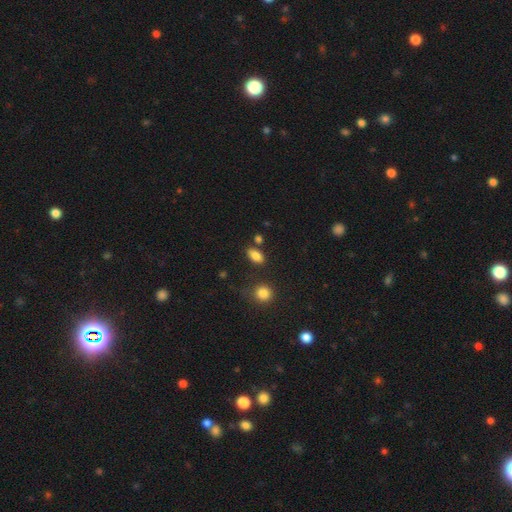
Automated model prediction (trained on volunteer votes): This is clearly a smooth galaxy (85%). How rounded: clearly in between (88%). Merging: likely none (78%).